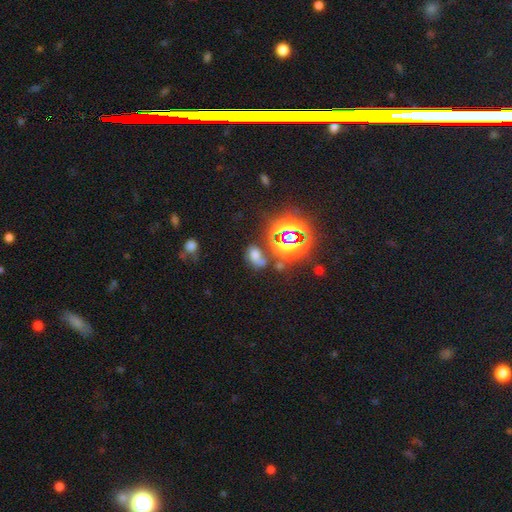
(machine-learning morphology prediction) Smooth or featured? Predicted: smooth (p=0.43). Merging? Predicted: none (p=0.43).